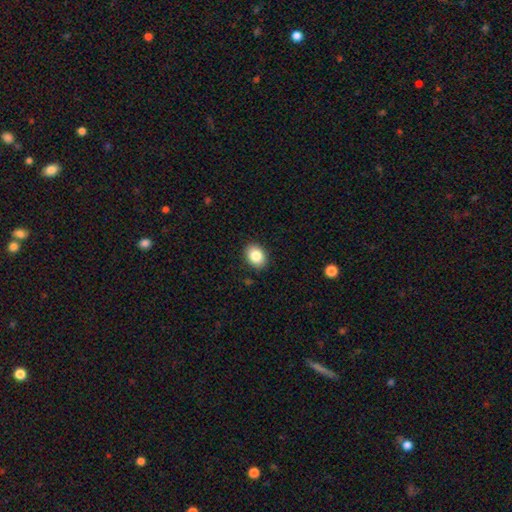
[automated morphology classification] A smooth galaxy with no disk features (85%) that is in between round and cigar-shaped (64%). Merging: none (89%).